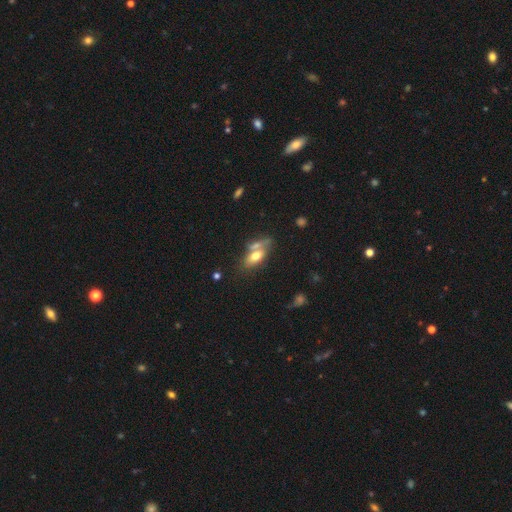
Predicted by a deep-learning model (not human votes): This is likely a smooth galaxy (66%). How rounded: likely in between (79%). Merging: marginally none (42%).